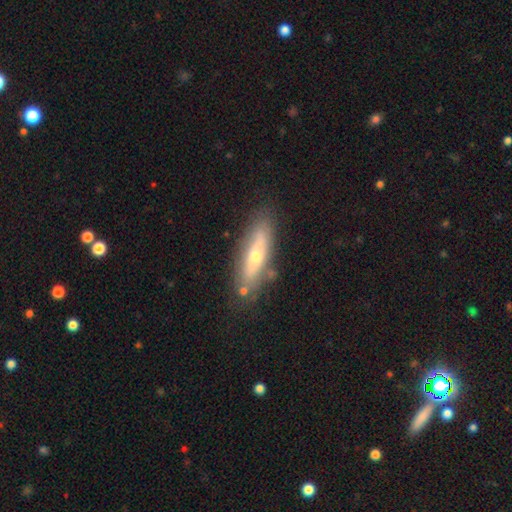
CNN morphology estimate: This is possibly a featured or disk galaxy (50%). It is possibly viewed edge-on (52%). Merging: likely none (77%).